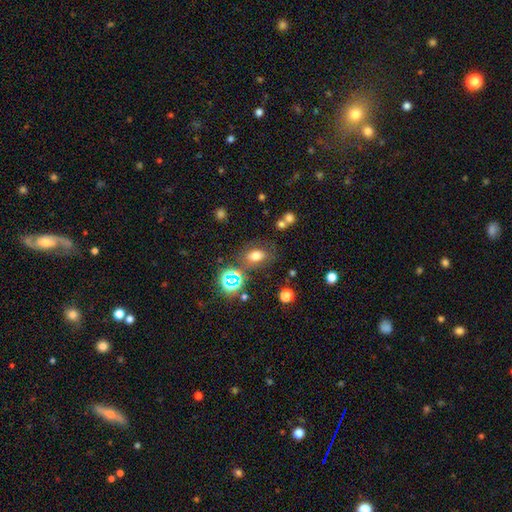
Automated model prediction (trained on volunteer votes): A smooth galaxy with no disk features (68%) that is in between round and cigar-shaped (75%).

Vote fractions:
- Smooth or featured? smooth: 68% / star or artifact: 21% / featured or disk: 11%
- How rounded? in between: 75% / round: 23% / cigar-shaped: 2%
- Merging? none: 71% / minor disturbance: 14% / merger: 9% / major disturbance: 6%